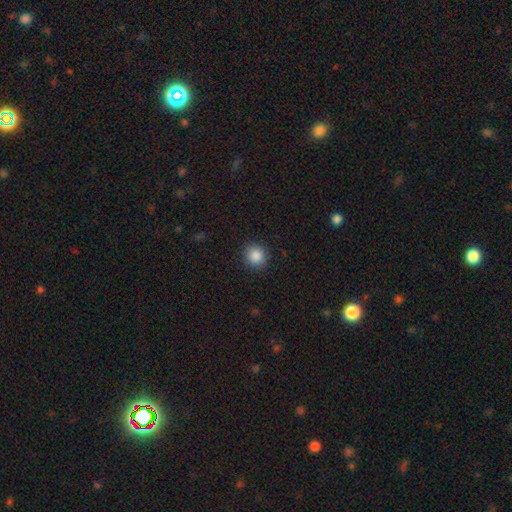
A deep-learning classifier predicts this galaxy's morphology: Smooth or featured? smooth (87%)
How rounded? round (89%)
Merging? none (91%)